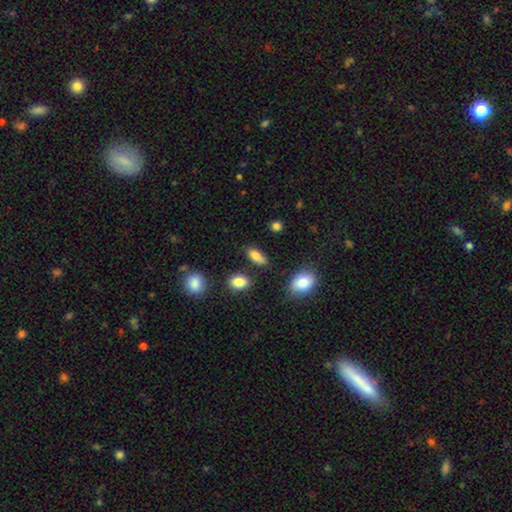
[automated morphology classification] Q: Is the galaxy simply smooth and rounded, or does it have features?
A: smooth — 80%.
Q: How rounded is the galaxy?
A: in between — 79%.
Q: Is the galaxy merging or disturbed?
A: none — 73%.